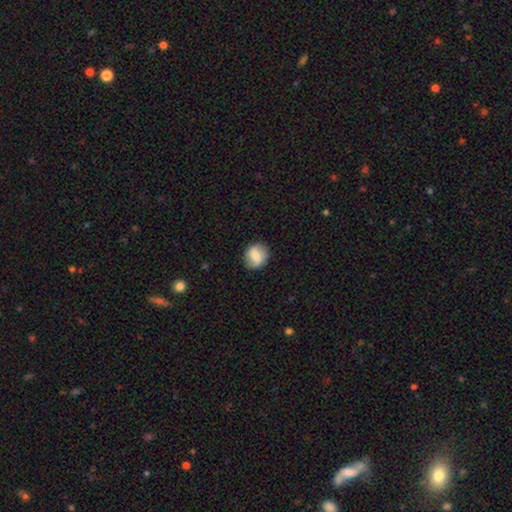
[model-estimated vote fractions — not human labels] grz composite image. It shows a smooth galaxy with no disk features (62%) that is round (79%). Merging: none (81%).